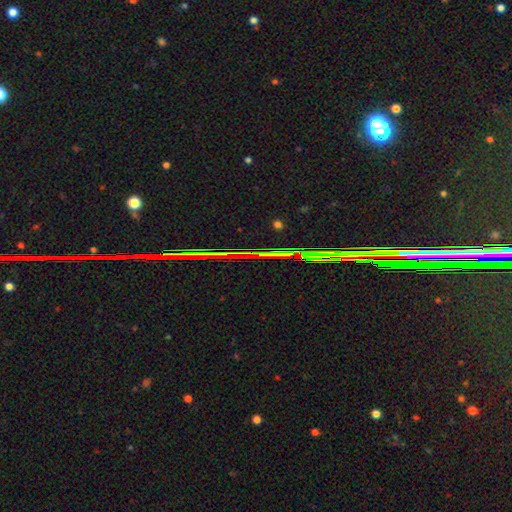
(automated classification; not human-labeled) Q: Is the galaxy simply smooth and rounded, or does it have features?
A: star or artifact — 86%.